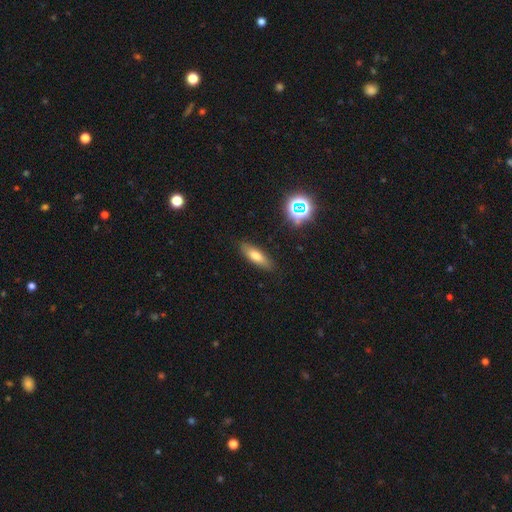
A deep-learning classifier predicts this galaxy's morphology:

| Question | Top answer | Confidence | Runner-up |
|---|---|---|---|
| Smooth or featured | smooth | 67% | featured or disk (22%) |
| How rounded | cigar-shaped | 50% | in between (47%) |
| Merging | none | 86% | minor disturbance (10%) |